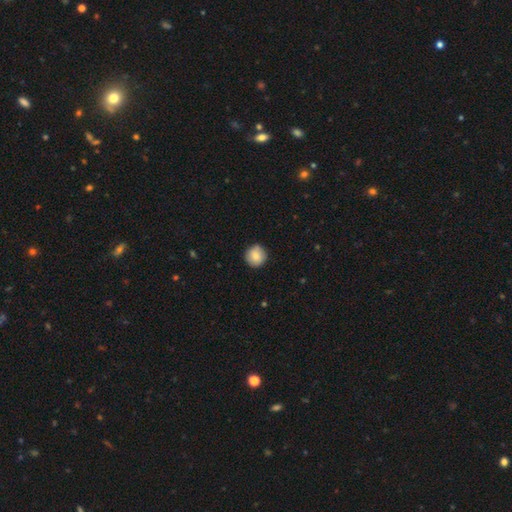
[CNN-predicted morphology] smooth-or-featured: smooth: 83% | featured or disk: 10% | star or artifact: 8%
  how-rounded: round: 94% | in between: 5% | cigar-shaped: 1%
  merging: none: 87% | minor disturbance: 10% | major disturbance: 2% | merger: 1%